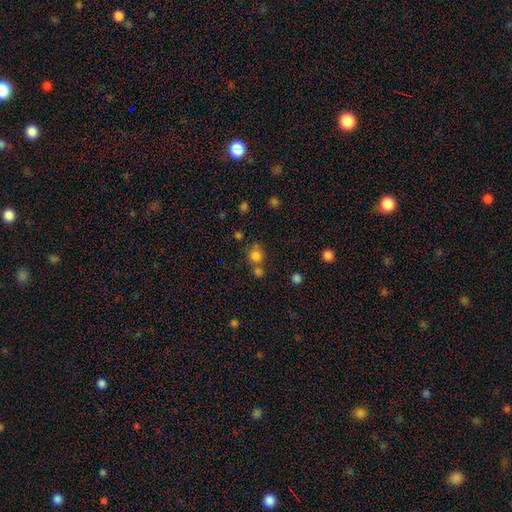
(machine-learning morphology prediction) smooth-or-featured: smooth: 77% | star or artifact: 16% | featured or disk: 7%
  how-rounded: round: 85% | in between: 14% | cigar-shaped: 1%
  merging: none: 59% | merger: 28% | minor disturbance: 10% | major disturbance: 4%